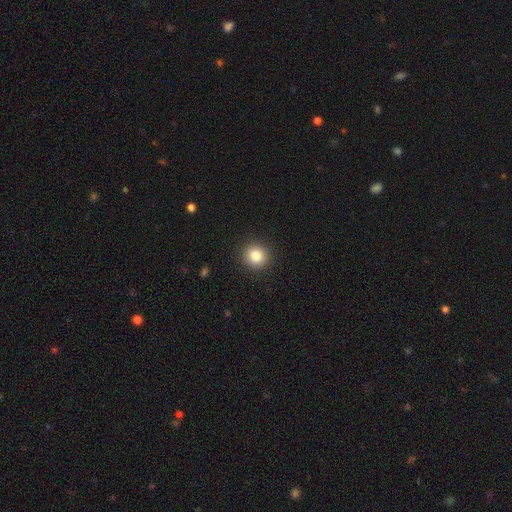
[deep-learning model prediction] A smooth galaxy with no disk features (84%) that is round (92%). Merging: none (92%).